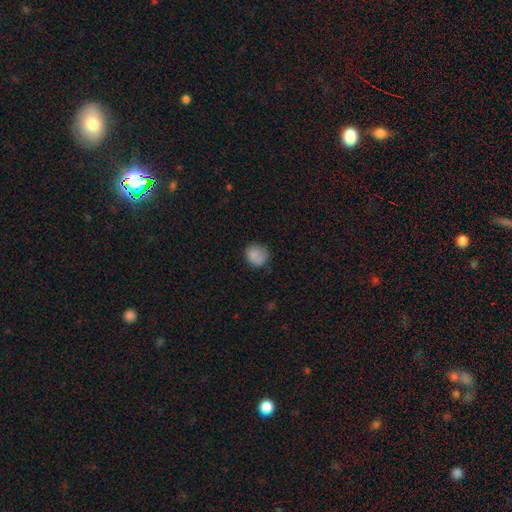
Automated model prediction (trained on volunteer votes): Morphology: type=smooth (83%); roundness=round (81%); merging=none (69%).